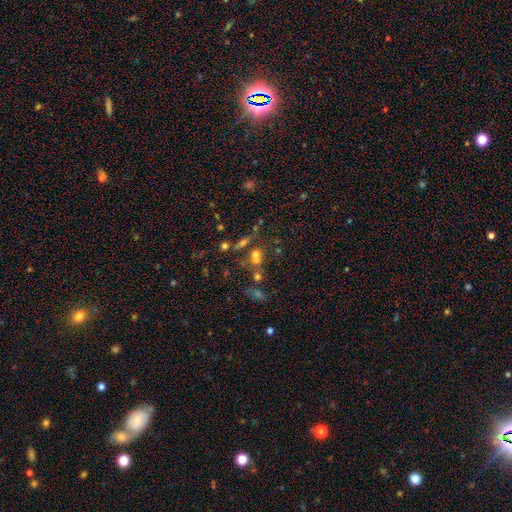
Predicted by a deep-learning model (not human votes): Morphology: type=smooth (55%); roundness=round (52%); merging=merger (41%).